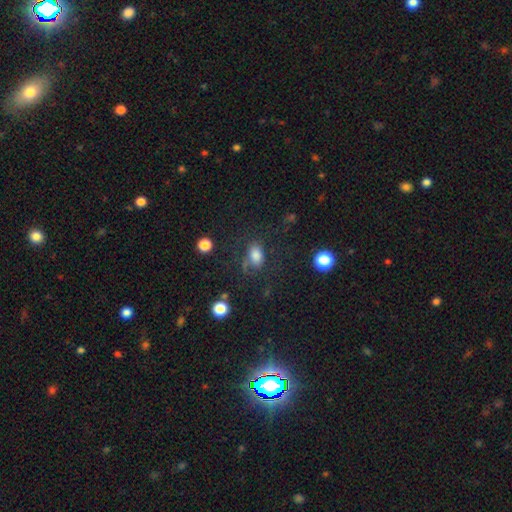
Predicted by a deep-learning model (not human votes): Smooth or featured: smooth — 76% (star or artifact — 13%)
How rounded: in between — 81% (round — 17%)
Merging: none — 60% (minor disturbance — 20%)